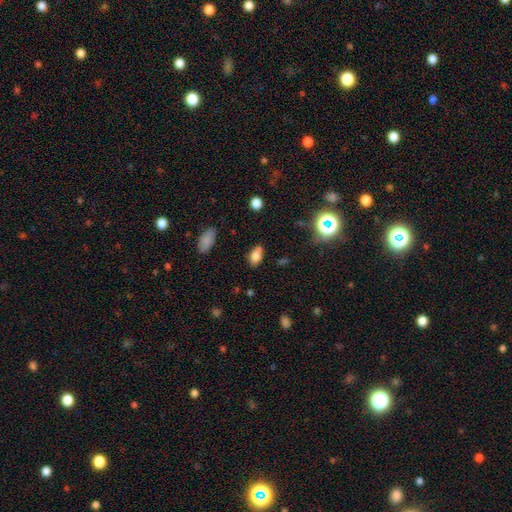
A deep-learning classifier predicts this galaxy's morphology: This is likely a smooth galaxy (78%). How rounded: clearly in between (90%). Merging: likely none (70%).